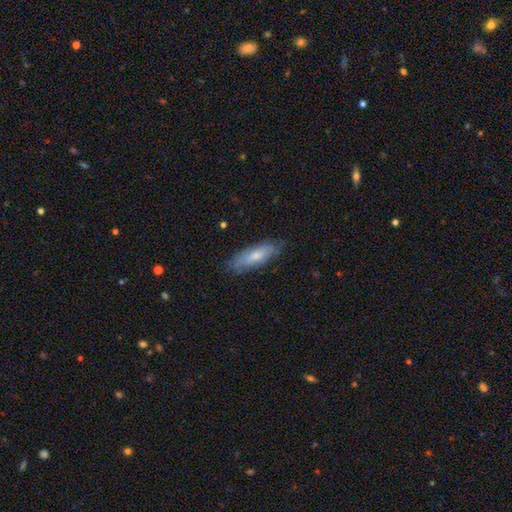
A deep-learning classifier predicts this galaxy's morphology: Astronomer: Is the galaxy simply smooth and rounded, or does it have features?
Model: smooth — 66%.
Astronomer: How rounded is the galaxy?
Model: in between — 58% (runner-up: cigar-shaped, 40%).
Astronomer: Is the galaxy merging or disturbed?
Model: none — 76%.